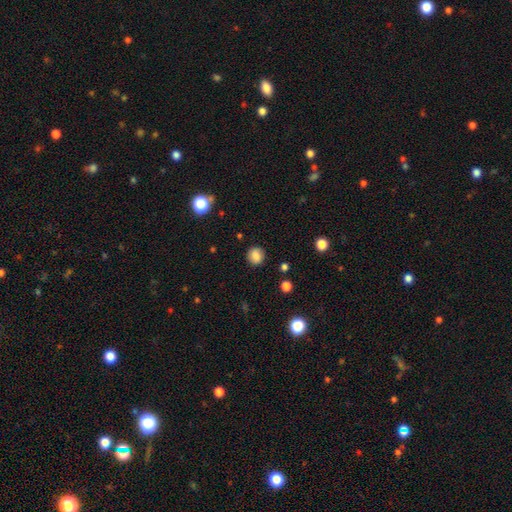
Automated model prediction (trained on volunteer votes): smooth_or_featured: smooth (p=0.83) [alt: star or artifact p=0.11]
how_rounded: round (p=0.83) [alt: in between p=0.16]
merging: none (p=0.87) [alt: minor disturbance p=0.09]